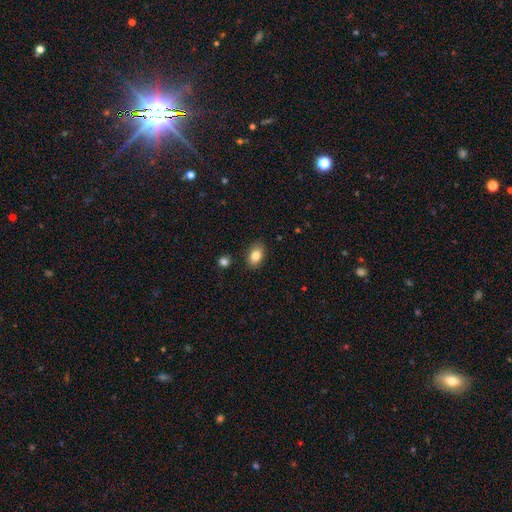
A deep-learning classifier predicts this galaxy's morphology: This appears to be a smooth galaxy with no disk features (84%) that is in between round and cigar-shaped (87%). Merging: none (86%).